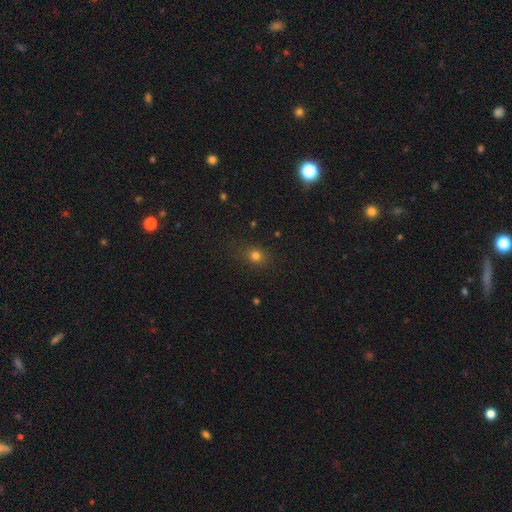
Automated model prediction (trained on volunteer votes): Smooth or featured? smooth (75%)
How rounded? round (66%)
Merging? none (84%)